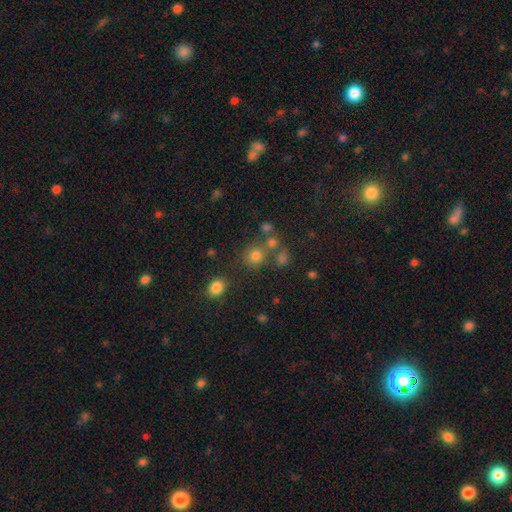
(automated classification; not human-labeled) A smooth galaxy with no disk features (75%) that is round (86%). Merging: none (70%).